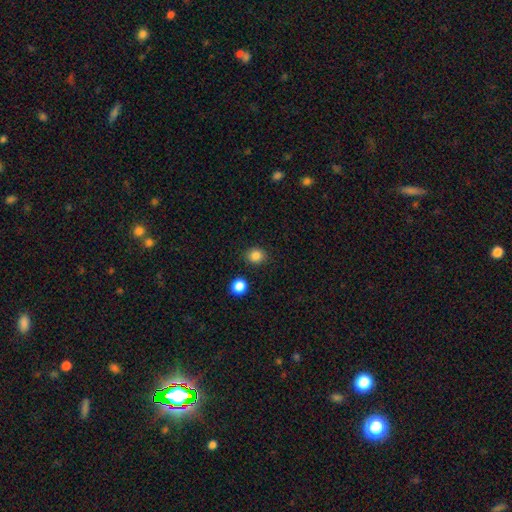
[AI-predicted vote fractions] Smooth or featured: smooth — 85% (star or artifact — 12%)
How rounded: round — 78% (in between — 21%)
Merging: none — 87% (minor disturbance — 8%)